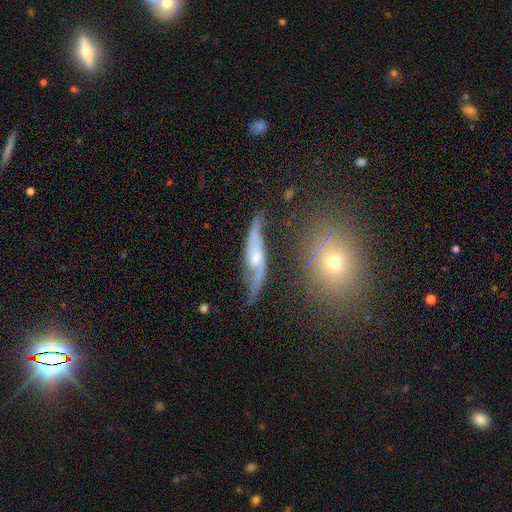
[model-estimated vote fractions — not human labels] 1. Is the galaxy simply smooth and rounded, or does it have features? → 83% featured or disk, 11% smooth, 7% star or artifact.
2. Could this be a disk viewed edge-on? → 82% no, 18% yes.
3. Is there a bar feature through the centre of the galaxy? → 43% no, 42% weak, 16% strong.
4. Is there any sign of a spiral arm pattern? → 94% yes, 6% no.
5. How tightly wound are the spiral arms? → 78% loose, 16% medium, 6% tight.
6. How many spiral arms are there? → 90% 2, 4% can't tell, 3% 1, 1% 3, 1% 4, 1% more than 4.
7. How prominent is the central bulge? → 48% small, 37% moderate, 9% none, 4% large, 2% dominant.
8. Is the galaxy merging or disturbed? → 52% none, 22% minor disturbance, 17% major disturbance, 9% merger.